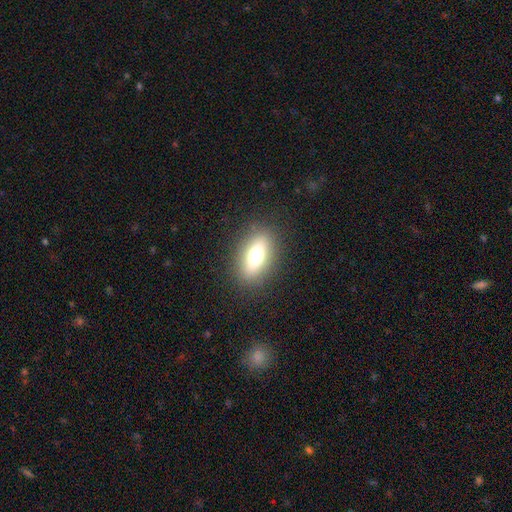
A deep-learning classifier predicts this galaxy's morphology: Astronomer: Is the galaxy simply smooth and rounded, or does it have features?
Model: smooth — 64%.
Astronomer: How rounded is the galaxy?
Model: in between — 77%.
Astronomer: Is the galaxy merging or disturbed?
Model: none — 86%.